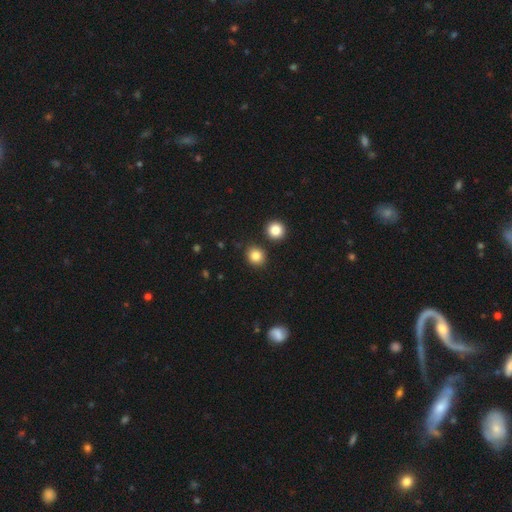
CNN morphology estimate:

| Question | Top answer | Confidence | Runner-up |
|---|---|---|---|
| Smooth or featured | smooth | 84% | star or artifact (11%) |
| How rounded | round | 80% | in between (19%) |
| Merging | none | 85% | minor disturbance (7%) |